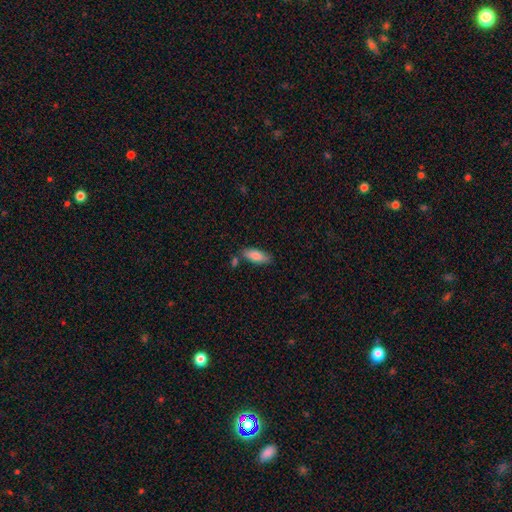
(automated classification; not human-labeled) smooth-or-featured: smooth: 84% | featured or disk: 10% | star or artifact: 6%
  how-rounded: in between: 73% | cigar-shaped: 25% | round: 2%
  merging: none: 76% | minor disturbance: 13% | merger: 8% | major disturbance: 3%